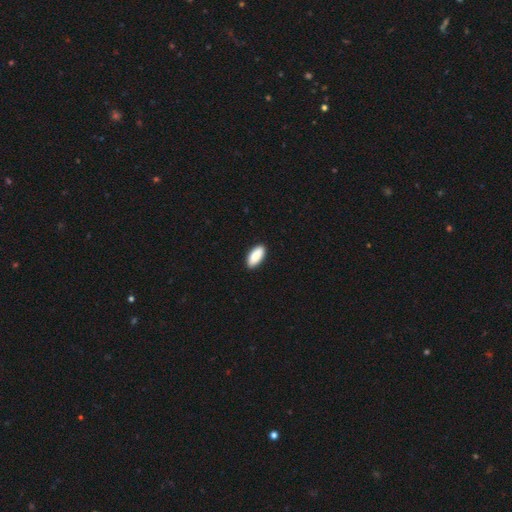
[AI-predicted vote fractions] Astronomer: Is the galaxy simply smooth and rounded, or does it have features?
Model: smooth — 90%.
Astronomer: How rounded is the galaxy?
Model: in between — 90%.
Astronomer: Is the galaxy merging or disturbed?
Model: none — 91%.